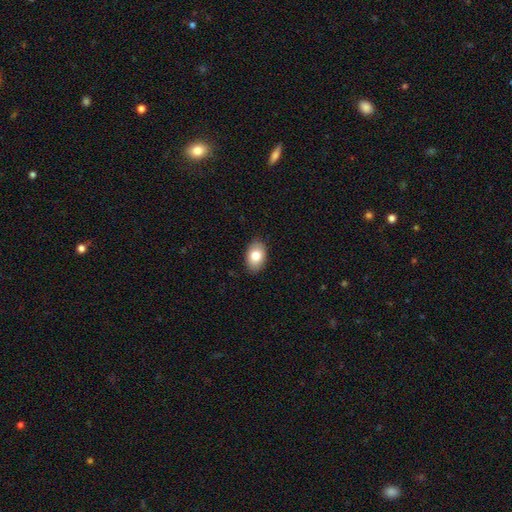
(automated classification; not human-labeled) Smooth or featured? smooth (81%)
How rounded? in between (89%)
Merging? none (88%)